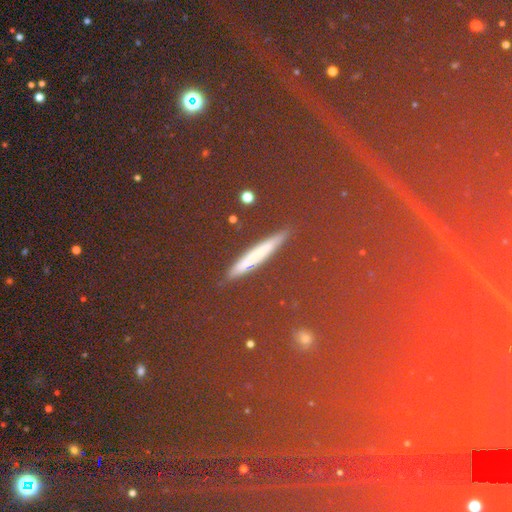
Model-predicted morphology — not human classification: smooth_or_featured: smooth (p=0.45) [alt: star or artifact p=0.35]
merging: none (p=0.86) [alt: minor disturbance p=0.08]